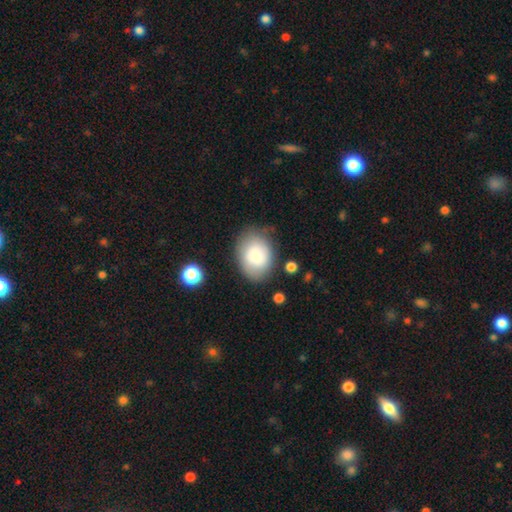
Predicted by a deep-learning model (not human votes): Q: Smooth or featured?
A: smooth (77%); runner-up: featured or disk (15%)
Q: How rounded?
A: in between (66%); runner-up: round (33%)
Q: Merging?
A: none (73%); runner-up: minor disturbance (18%)